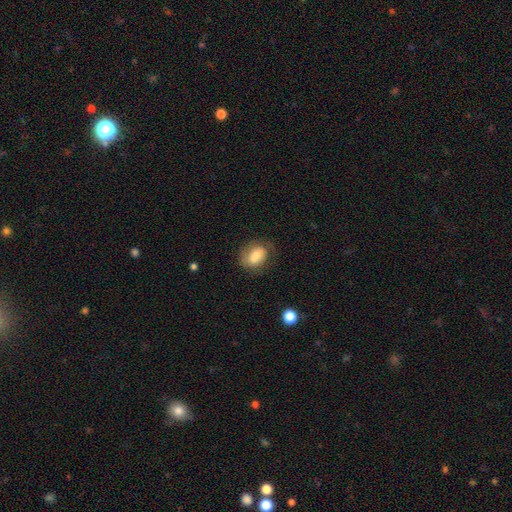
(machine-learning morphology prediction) A smooth galaxy with no disk features (69%) that is in between round and cigar-shaped (61%). Merging: none (63%).